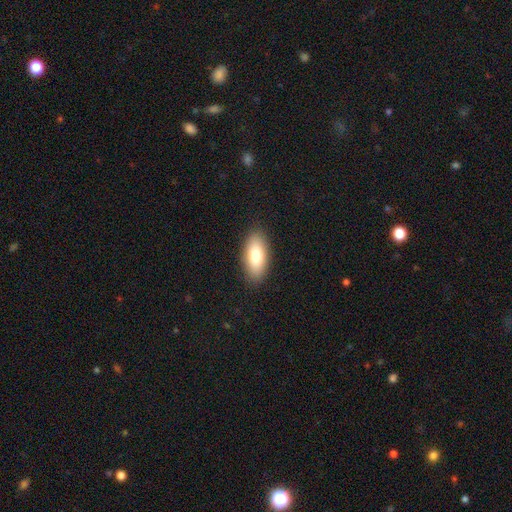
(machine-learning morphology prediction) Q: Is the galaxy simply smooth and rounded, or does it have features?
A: smooth — 80%.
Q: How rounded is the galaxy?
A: in between — 86%.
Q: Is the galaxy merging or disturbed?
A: none — 89%.